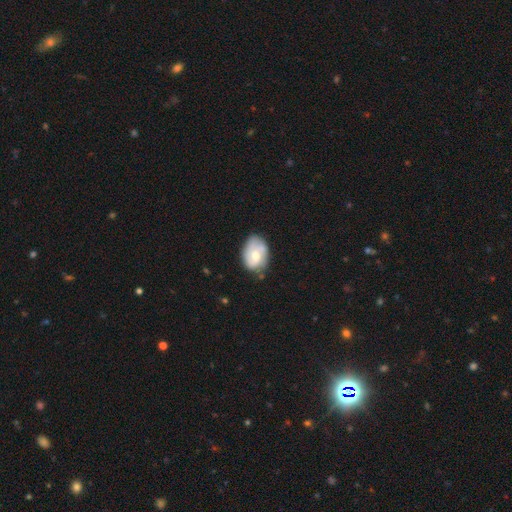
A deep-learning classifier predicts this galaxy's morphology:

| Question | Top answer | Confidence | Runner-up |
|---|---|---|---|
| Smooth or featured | smooth | 47% | featured or disk (46%) |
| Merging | none | 56% | minor disturbance (32%) |